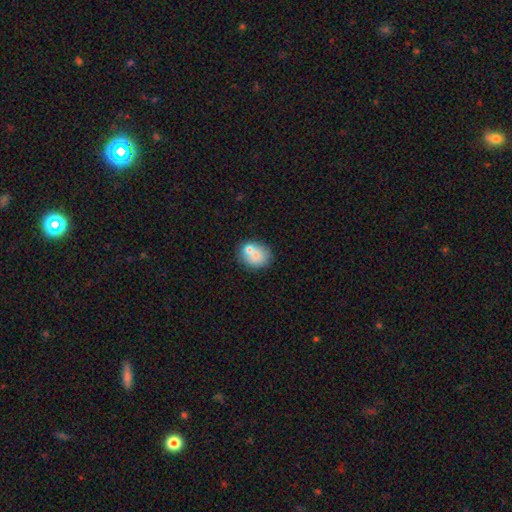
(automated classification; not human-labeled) Overall: smooth (72%). How rounded: round (57%; in between 42%). Merging: none (55%; merger 26%).